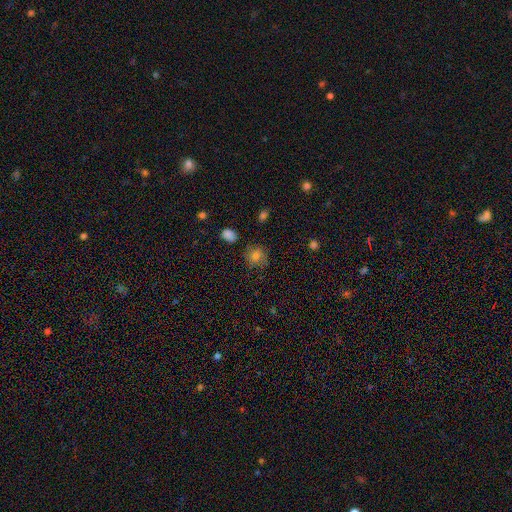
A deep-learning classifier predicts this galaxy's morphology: Smooth or featured? Predicted: smooth (p=0.79). How rounded? Predicted: round (p=0.80). Merging? Predicted: none (p=0.78).